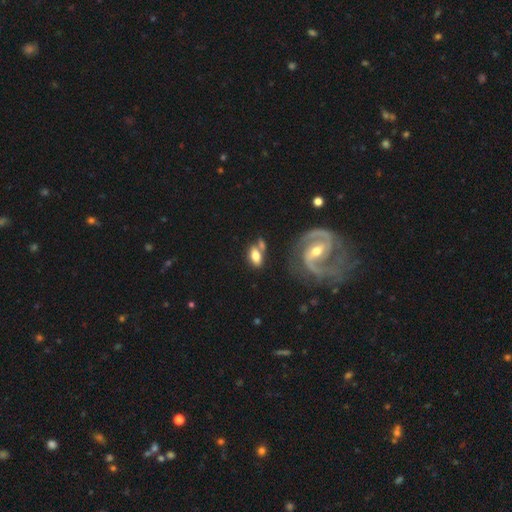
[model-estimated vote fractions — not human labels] A smooth galaxy with no disk features (62%) that is in between round and cigar-shaped (87%). Merging: none (56%).